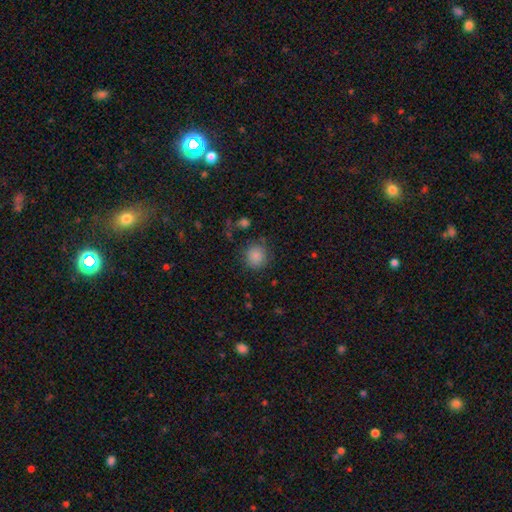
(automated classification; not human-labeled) Smooth or featured?
  - smooth: 85% *
  - star or artifact: 10%
  - featured or disk: 5%
How rounded?
  - round: 92% *
  - in between: 7%
  - cigar-shaped: 1%
Merging?
  - none: 84% *
  - minor disturbance: 10%
  - major disturbance: 4%
  - merger: 2%